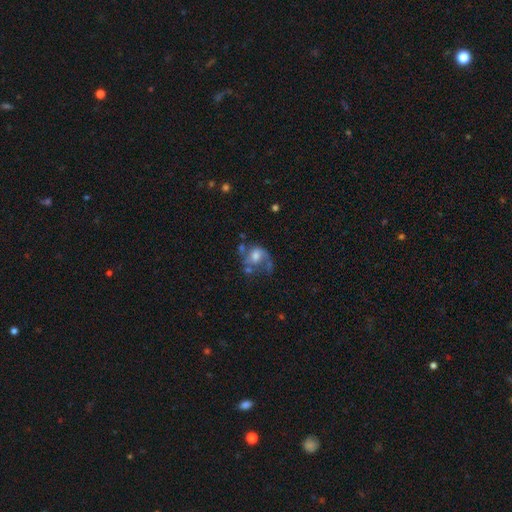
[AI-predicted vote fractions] Smooth or featured: featured or disk — 54% (smooth — 36%)
Edge-on disk: no — 97% (yes — 3%)
Bar: no — 67% (weak — 27%)
Spiral arms: yes — 69% (no — 31%)
Bulge size: moderate — 55% (small — 20%)
Merging: major disturbance — 35% (none — 31%)